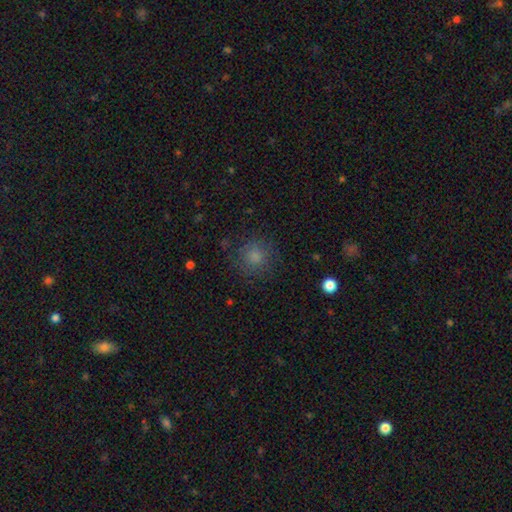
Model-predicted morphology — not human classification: A smooth galaxy with no disk features (70%) that is round (92%).

Vote fractions:
- Smooth or featured? smooth: 70% / star or artifact: 20% / featured or disk: 10%
- How rounded? round: 92% / in between: 7% / cigar-shaped: 1%
- Merging? none: 84% / minor disturbance: 11% / major disturbance: 5% / merger: 1%